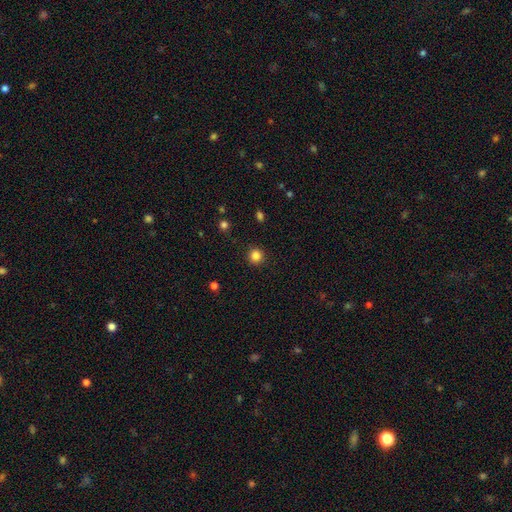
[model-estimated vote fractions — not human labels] This is clearly a smooth galaxy (84%). How rounded: clearly round (94%). Merging: clearly none (91%).